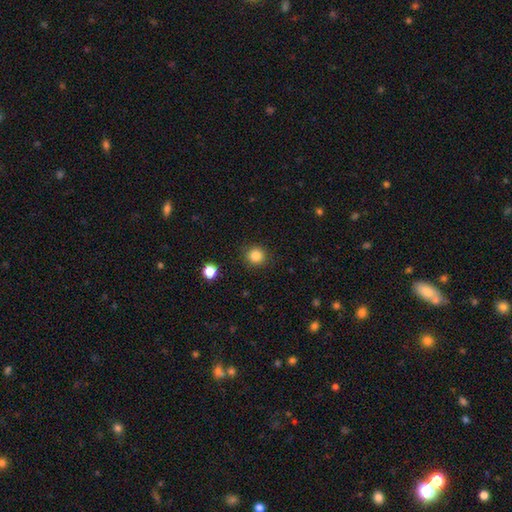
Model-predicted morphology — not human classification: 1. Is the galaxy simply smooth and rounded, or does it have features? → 85% smooth, 11% star or artifact, 4% featured or disk.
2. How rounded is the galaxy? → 92% round, 7% in between, 1% cigar-shaped.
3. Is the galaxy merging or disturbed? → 90% none, 6% minor disturbance, 2% major disturbance, 1% merger.